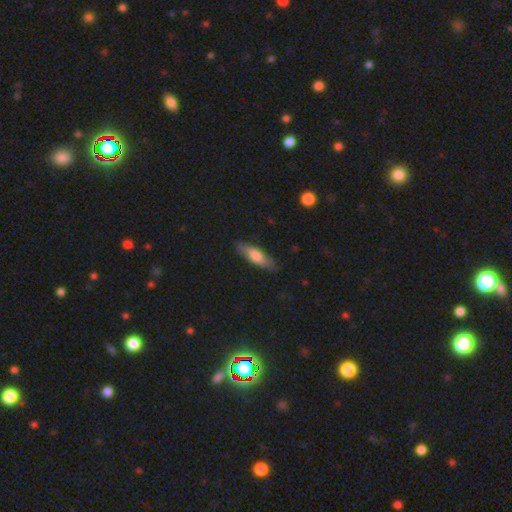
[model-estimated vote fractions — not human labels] smooth 64%, featured or disk 30%, star or artifact 6%. Down the decision tree: how rounded — in between (51%); merging — none (80%).